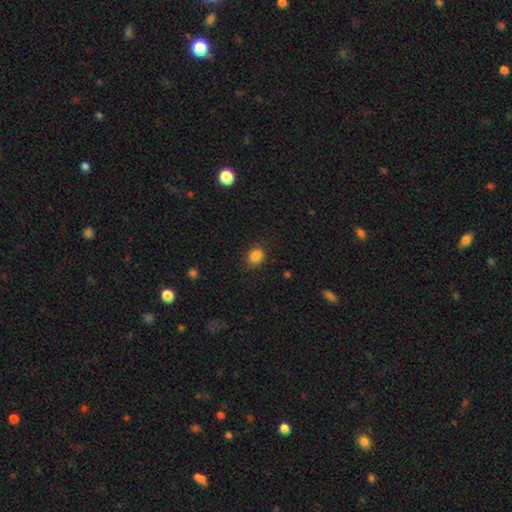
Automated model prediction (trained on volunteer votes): Smooth or featured?
  - smooth: 86% *
  - star or artifact: 11%
  - featured or disk: 4%
How rounded?
  - round: 50% *
  - in between: 49%
  - cigar-shaped: 1%
Merging?
  - none: 84% *
  - minor disturbance: 12%
  - major disturbance: 3%
  - merger: 1%